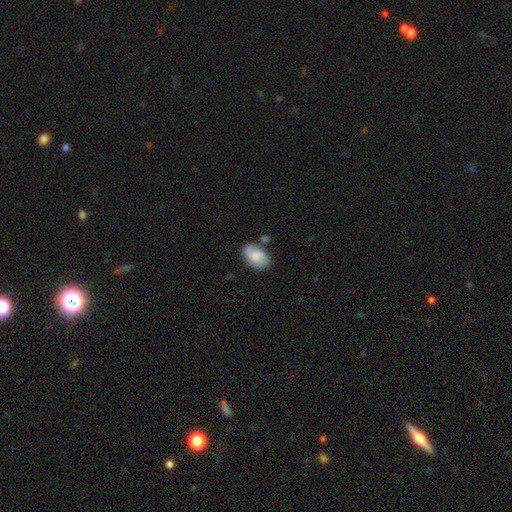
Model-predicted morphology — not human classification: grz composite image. It shows a smooth galaxy with no disk features (66%) that is in between round and cigar-shaped (89%). Merging: none (57%).